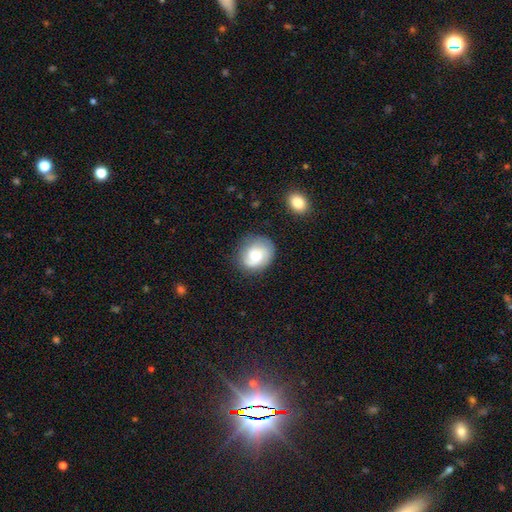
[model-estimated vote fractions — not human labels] smooth-or-featured: smooth: 54% | featured or disk: 38% | star or artifact: 8%
  how-rounded: round: 65% | in between: 34% | cigar-shaped: 1%
  merging: none: 73% | minor disturbance: 19% | major disturbance: 6% | merger: 2%